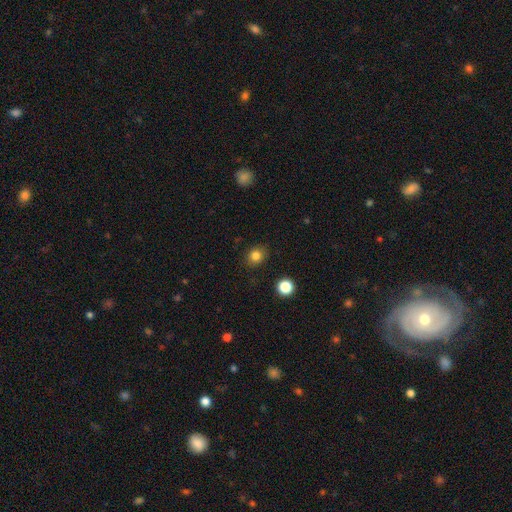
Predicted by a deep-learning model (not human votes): Smooth or featured?
  - smooth: 82% *
  - star or artifact: 13%
  - featured or disk: 6%
How rounded?
  - round: 67% *
  - in between: 32%
  - cigar-shaped: 1%
Merging?
  - none: 86% *
  - minor disturbance: 10%
  - major disturbance: 3%
  - merger: 1%